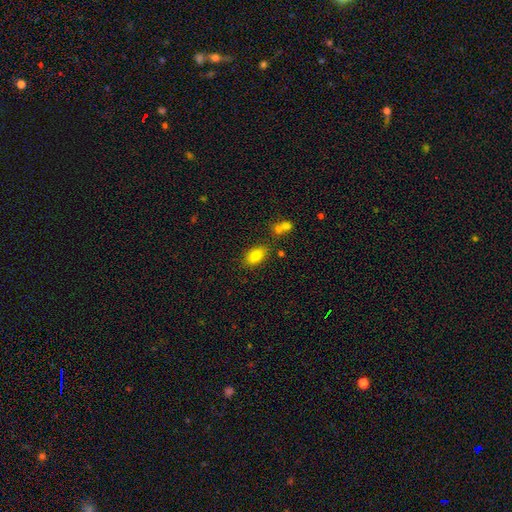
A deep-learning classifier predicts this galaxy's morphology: Smooth or featured? Predicted: smooth (p=0.81). How rounded? Predicted: in between (p=0.88). Merging? Predicted: none (p=0.77).